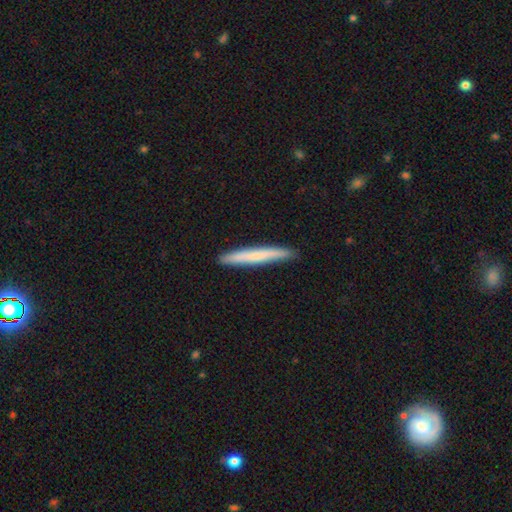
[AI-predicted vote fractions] Smooth or featured?
  - smooth: 63% *
  - featured or disk: 31%
  - star or artifact: 5%
How rounded?
  - cigar-shaped: 96% *
  - in between: 2%
  - round: 1%
Merging?
  - none: 91% *
  - minor disturbance: 7%
  - major disturbance: 1%
  - merger: 1%